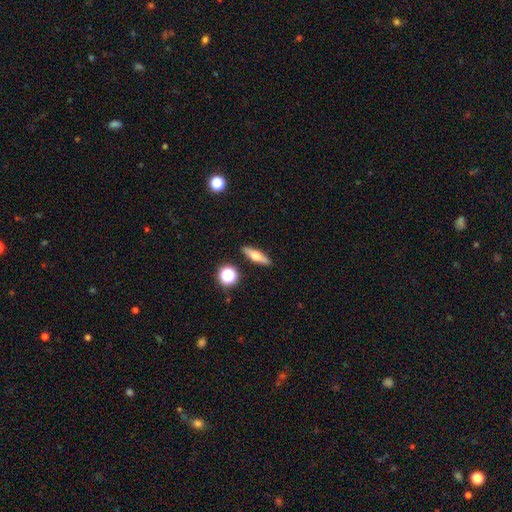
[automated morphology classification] The model was most divided on "smooth or featured": smooth: 48%, featured or disk: 43%, star or artifact: 9%. More confident: merging — none (88%).